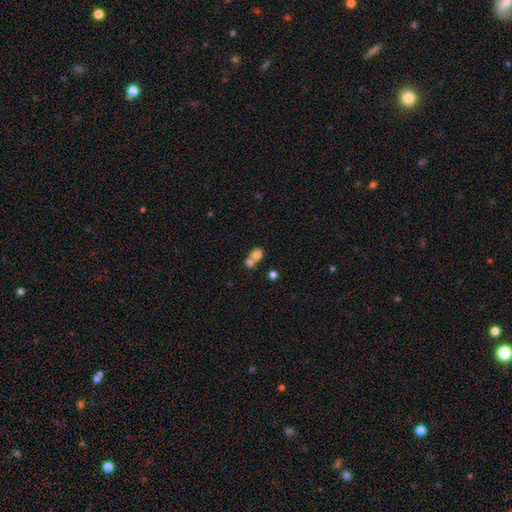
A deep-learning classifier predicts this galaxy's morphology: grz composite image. It shows a smooth galaxy with no disk features (76%) that is round (62%). Merging: merger (62%).